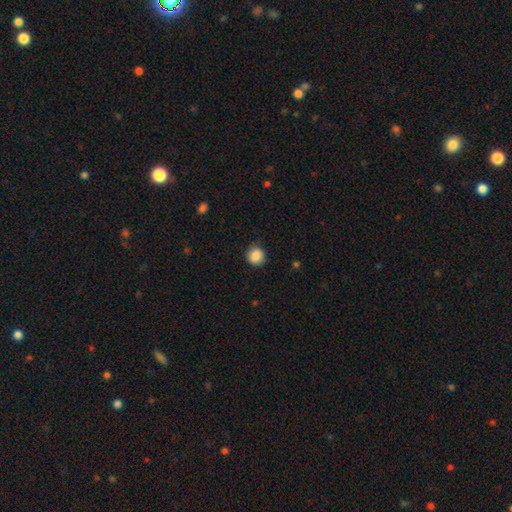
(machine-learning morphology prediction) This is clearly a smooth galaxy (88%). How rounded: clearly round (86%). Merging: clearly none (84%).